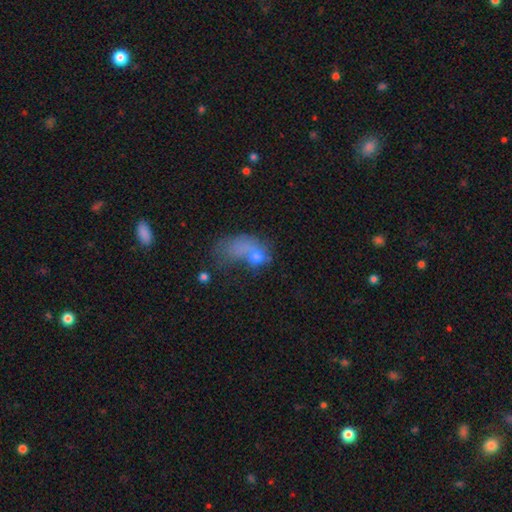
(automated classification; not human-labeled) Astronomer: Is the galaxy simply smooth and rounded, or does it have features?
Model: smooth — 59%.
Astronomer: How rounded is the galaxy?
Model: in between — 71%.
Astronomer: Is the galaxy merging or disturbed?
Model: major disturbance — 49% (runner-up: merger, 25%).